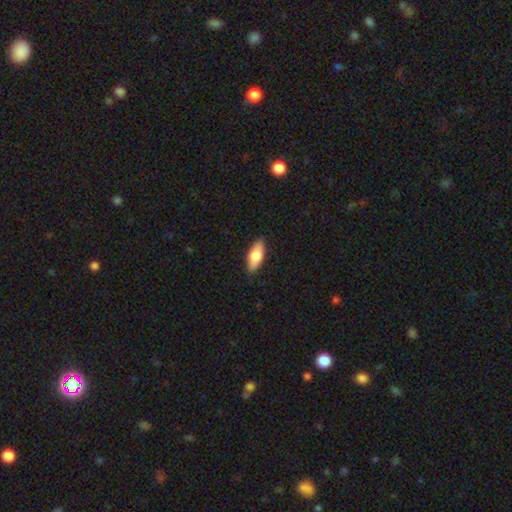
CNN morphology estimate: Smooth or featured? Predicted: smooth (p=0.75). How rounded? Predicted: in between (p=0.77). Merging? Predicted: none (p=0.87).